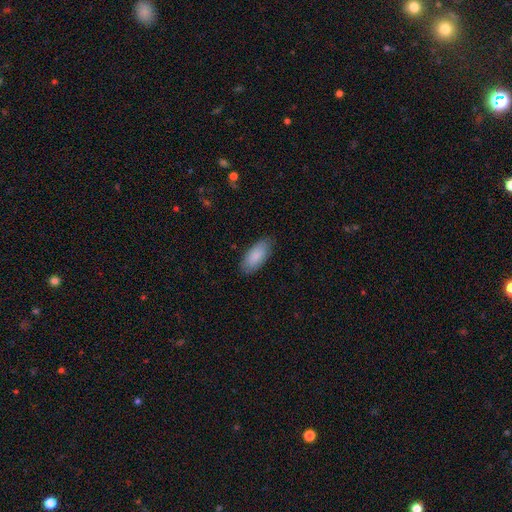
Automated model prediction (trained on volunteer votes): Morphology: type=smooth (87%); roundness=in between (90%); merging=none (83%).